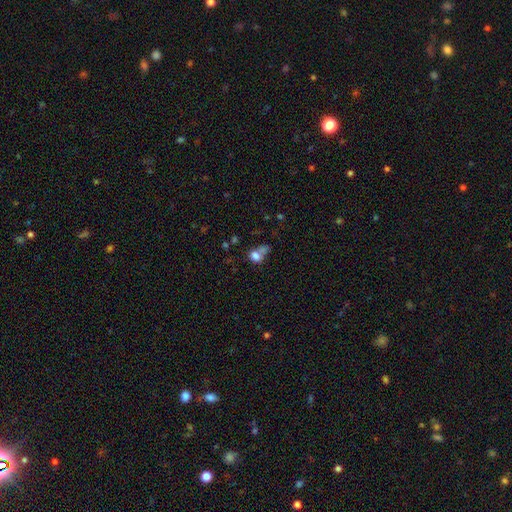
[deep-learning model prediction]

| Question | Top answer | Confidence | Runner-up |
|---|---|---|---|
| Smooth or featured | smooth | 76% | star or artifact (12%) |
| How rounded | in between | 53% | round (45%) |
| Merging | merger | 42% | none (29%) |